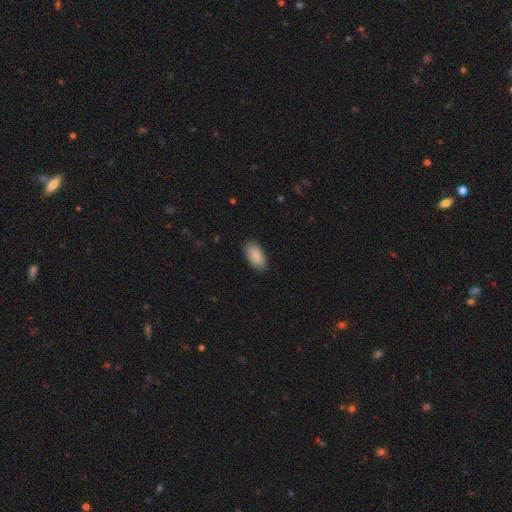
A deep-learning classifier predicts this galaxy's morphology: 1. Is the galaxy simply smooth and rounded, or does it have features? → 90% smooth, 6% star or artifact, 4% featured or disk.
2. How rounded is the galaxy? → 93% in between, 5% cigar-shaped, 2% round.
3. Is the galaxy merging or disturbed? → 88% none, 9% minor disturbance, 2% major disturbance, 1% merger.